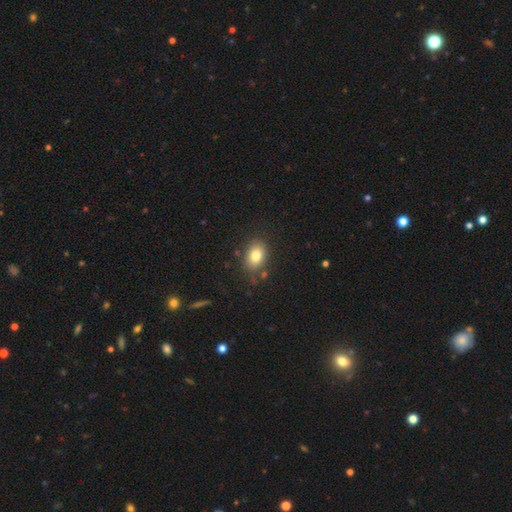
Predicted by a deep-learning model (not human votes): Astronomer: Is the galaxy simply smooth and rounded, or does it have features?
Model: smooth — 81%.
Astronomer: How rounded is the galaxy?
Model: in between — 73%.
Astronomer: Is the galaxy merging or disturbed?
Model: none — 79%.